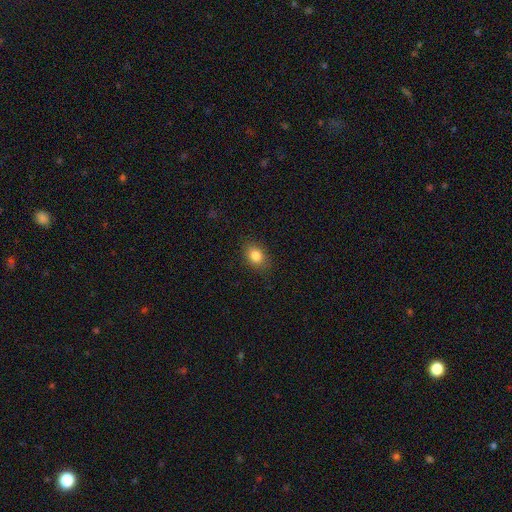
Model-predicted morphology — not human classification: smooth-or-featured: smooth: 83% | star or artifact: 10% | featured or disk: 7%
  how-rounded: in between: 69% | round: 30% | cigar-shaped: 1%
  merging: none: 85% | minor disturbance: 11% | major disturbance: 3% | merger: 1%